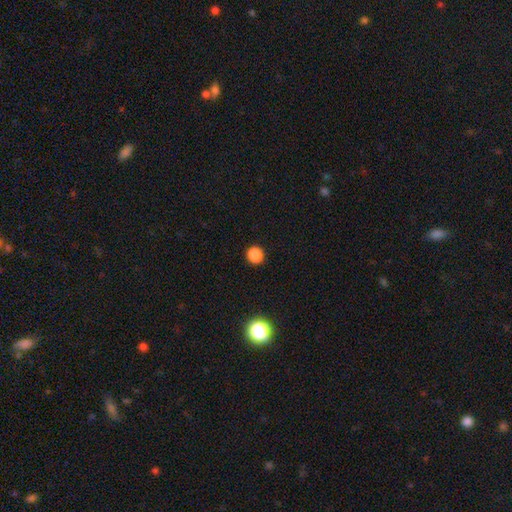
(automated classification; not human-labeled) Overall: smooth (84%). How rounded: round (83%). Merging: none (92%).